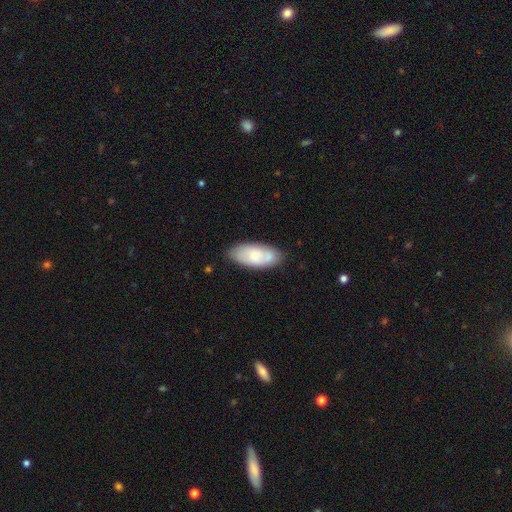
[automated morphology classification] Q: Smooth or featured?
A: smooth (64%); runner-up: featured or disk (29%)
Q: How rounded?
A: in between (89%); runner-up: cigar-shaped (9%)
Q: Merging?
A: none (72%); runner-up: minor disturbance (19%)